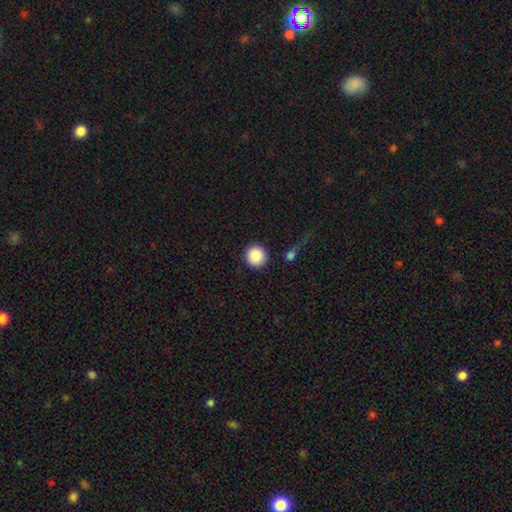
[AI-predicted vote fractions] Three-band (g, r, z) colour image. It shows a smooth galaxy with no disk features (90%) that is round (95%). Merging: none (83%).